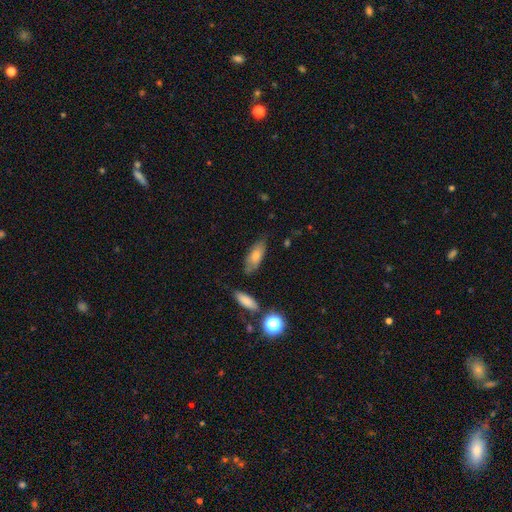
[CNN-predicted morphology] Smooth or featured? Predicted: smooth (p=0.73). How rounded? Predicted: in between (p=0.76). Merging? Predicted: none (p=0.71).